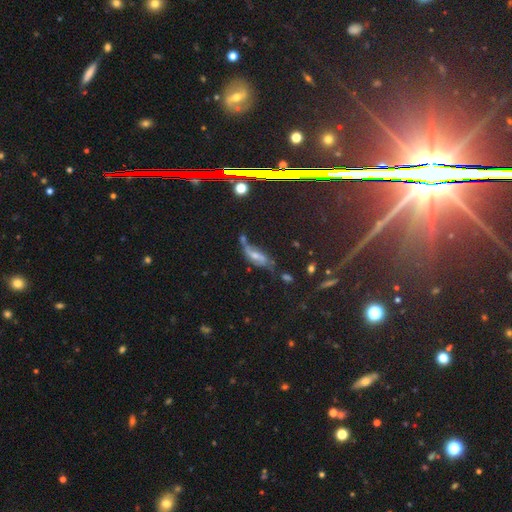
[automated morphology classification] Smooth or featured? Predicted: featured or disk (p=0.59). Edge-on disk? Predicted: no (p=0.83). Merging? Predicted: none (p=0.38).